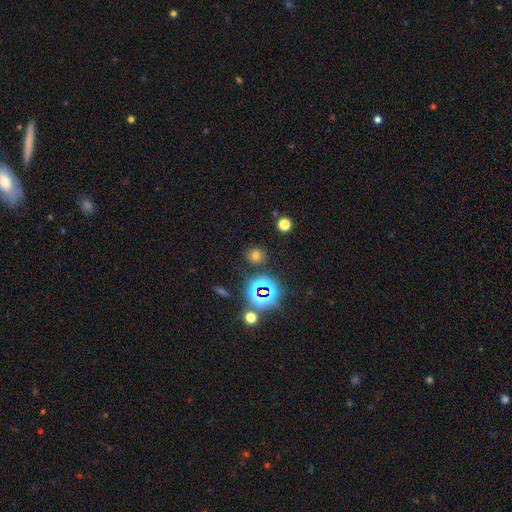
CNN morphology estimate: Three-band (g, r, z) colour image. It shows a smooth galaxy with no disk features (60%) that is round (82%). Merging: none (85%).